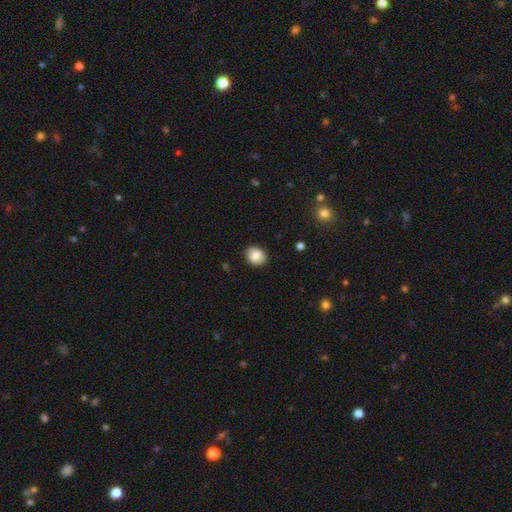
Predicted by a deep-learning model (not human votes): Smooth or featured? smooth (80%)
How rounded? round (55%)
Merging? none (84%)